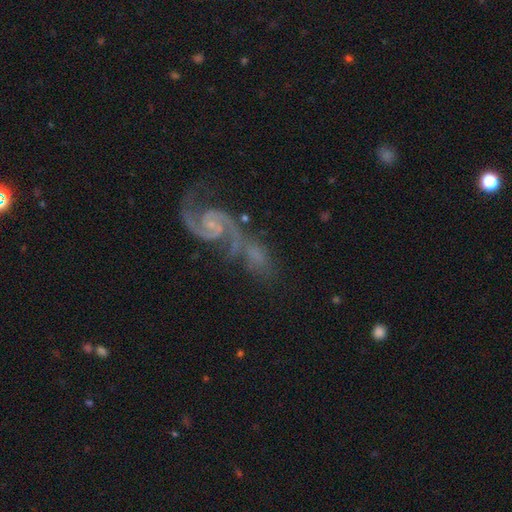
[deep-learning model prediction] Overall: featured or disk (82%). Edge-on disk: no (96%). Bar: no (56%; weak 33%). Spiral arms: yes (96%). Spiral arm count: 2 (92%). Spiral winding: medium (53%; loose 25%). Bulge size: small (68%). Merging: merger (41%; none 34%).